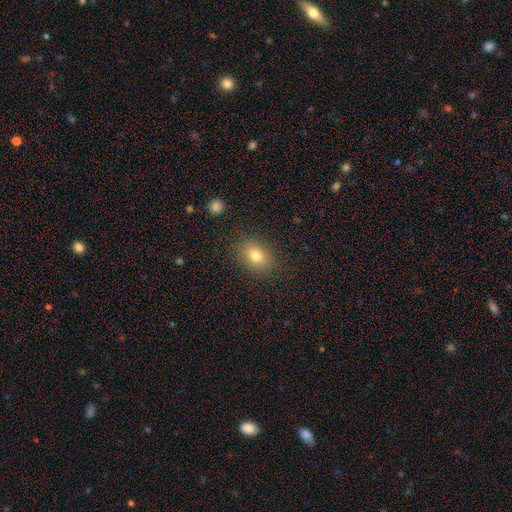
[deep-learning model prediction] This appears to be a smooth galaxy with no disk features (79%) that is in between round and cigar-shaped (72%). Merging: none (86%).